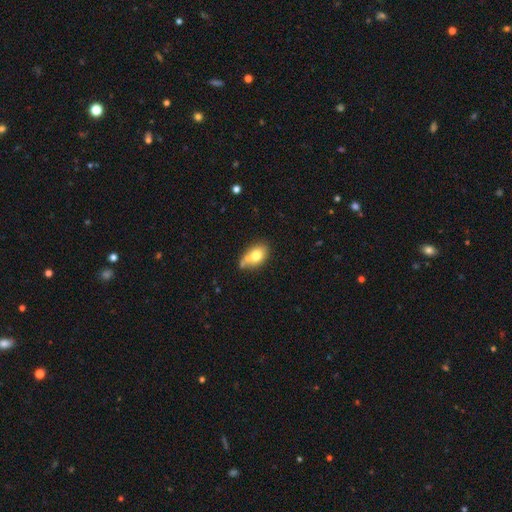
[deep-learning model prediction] The model was most divided on "merging": none: 48%, minor disturbance: 24%, merger: 21%, major disturbance: 7%. More confident: how rounded — in between (81%); smooth or featured — smooth (74%).